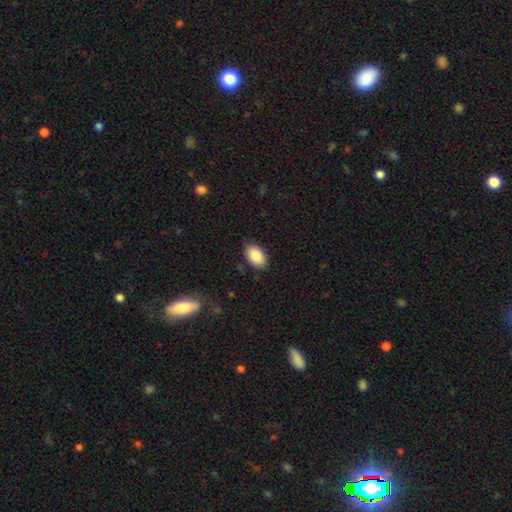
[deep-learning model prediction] This appears to be a smooth galaxy with no disk features (87%) that is in between round and cigar-shaped (92%). Merging: none (85%).